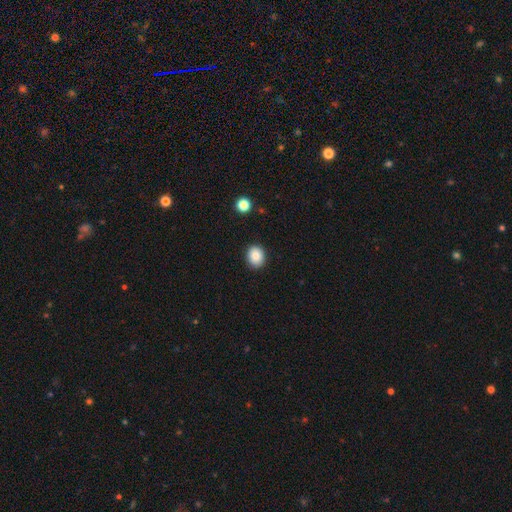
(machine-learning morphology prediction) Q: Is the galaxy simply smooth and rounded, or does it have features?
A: smooth — 85%.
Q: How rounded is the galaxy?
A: round — 61%.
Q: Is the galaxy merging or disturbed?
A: none — 89%.